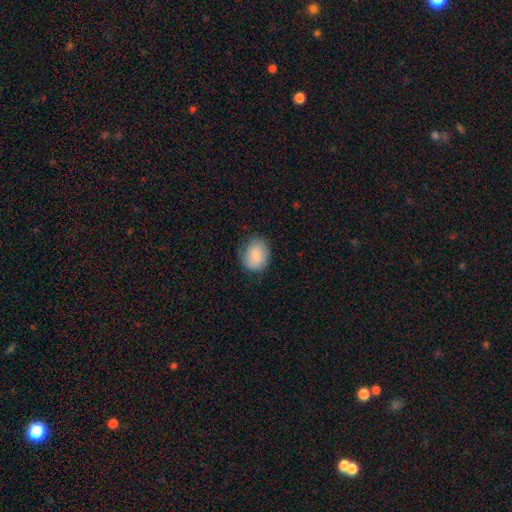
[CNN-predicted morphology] Smooth or featured? Predicted: smooth (p=0.85). How rounded? Predicted: in between (p=0.53). Merging? Predicted: none (p=0.70).